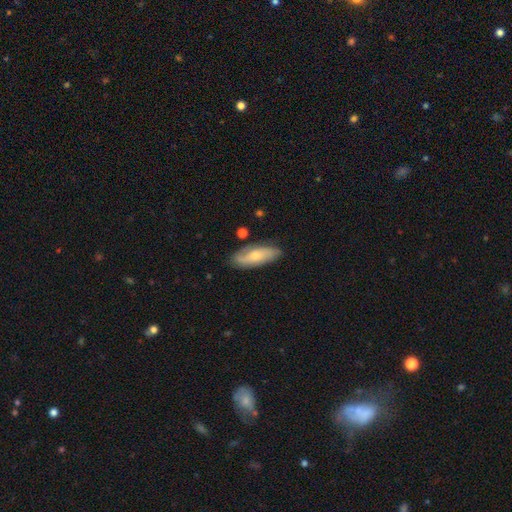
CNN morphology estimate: Smooth or featured? Predicted: smooth (p=0.48). Merging? Predicted: none (p=0.76).